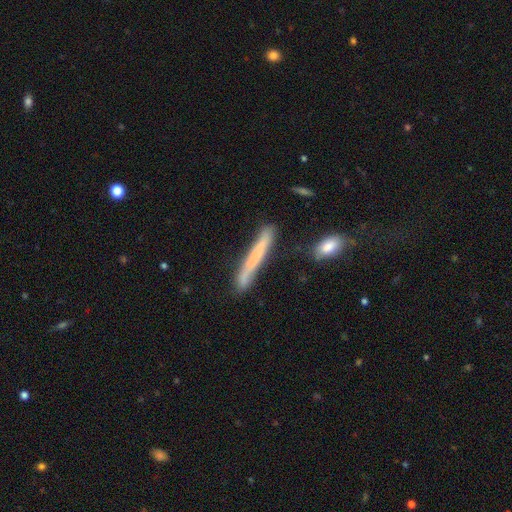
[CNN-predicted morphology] A smooth galaxy with no disk features (60%) that is cigar-shaped (96%). Merging: none (78%).